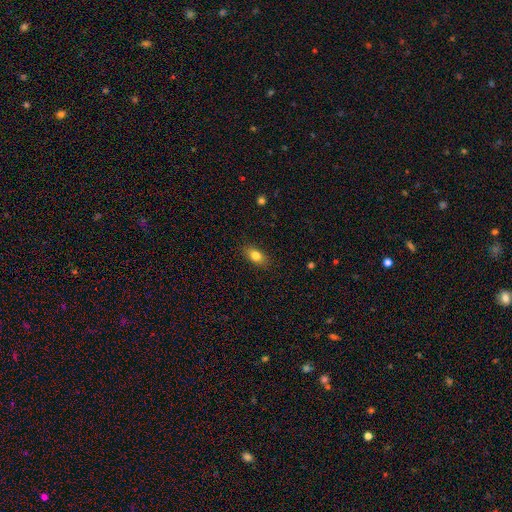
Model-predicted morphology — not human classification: This is clearly a smooth galaxy (81%). How rounded: clearly in between (85%). Merging: clearly none (87%).